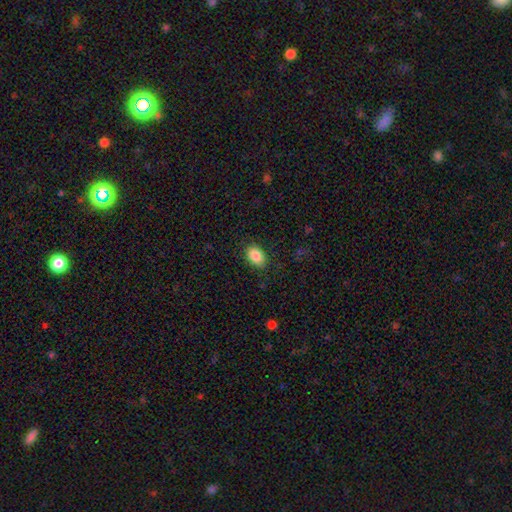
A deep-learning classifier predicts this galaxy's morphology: This is clearly a smooth galaxy (87%). How rounded: clearly in between (84%). Merging: clearly none (85%).